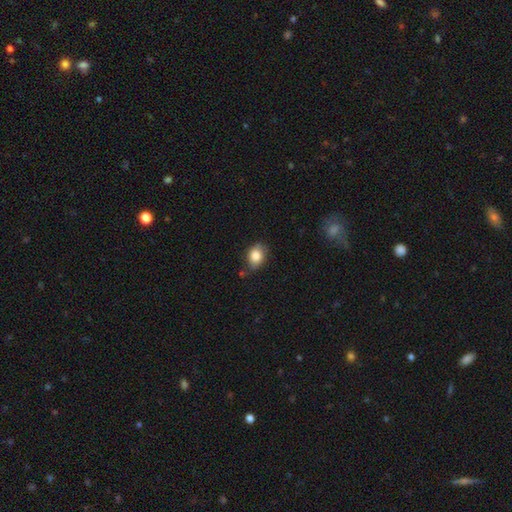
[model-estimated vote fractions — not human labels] Overall: smooth (84%). How rounded: in between (69%; round 30%). Merging: none (68%).